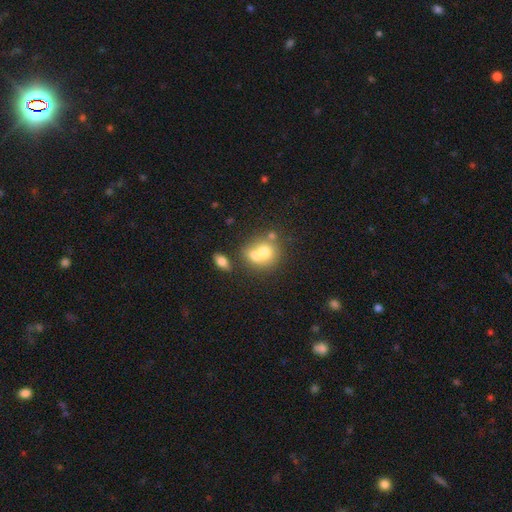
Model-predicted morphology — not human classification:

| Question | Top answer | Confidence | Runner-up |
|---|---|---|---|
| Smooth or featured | smooth | 67% | featured or disk (23%) |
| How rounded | round | 71% | in between (28%) |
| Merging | merger | 58% | none (30%) |